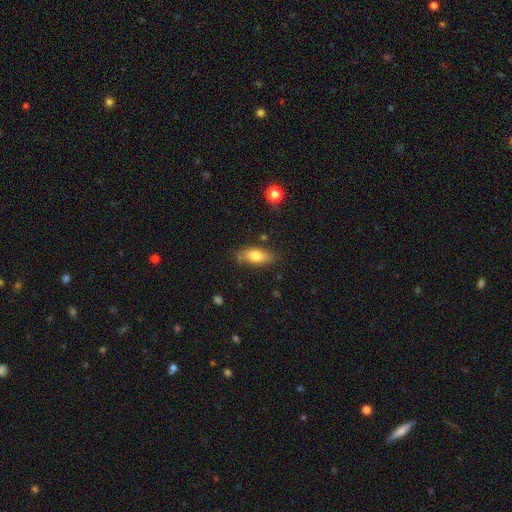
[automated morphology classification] This is likely a smooth galaxy (73%). How rounded: likely in between (77%). Merging: likely none (77%).